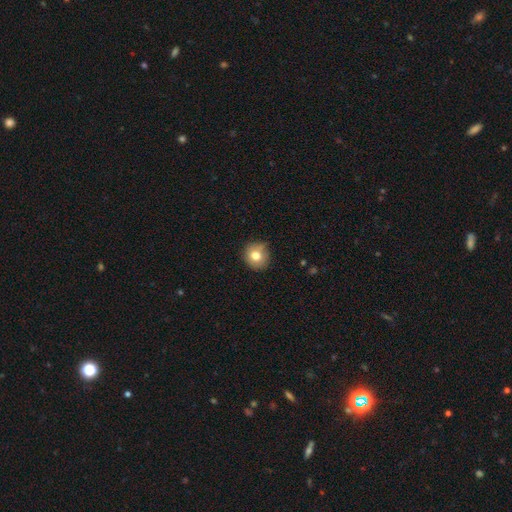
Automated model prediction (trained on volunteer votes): A smooth galaxy with no disk features (78%) that is round (87%). Merging: none (75%).